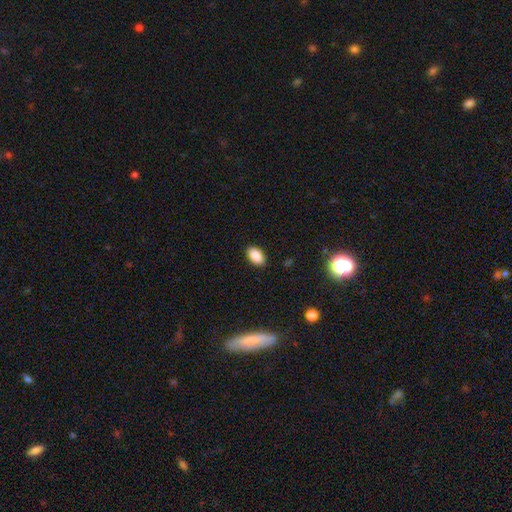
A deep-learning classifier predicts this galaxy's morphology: This appears to be a smooth galaxy with no disk features (88%) that is in between round and cigar-shaped (92%). Merging: none (88%).